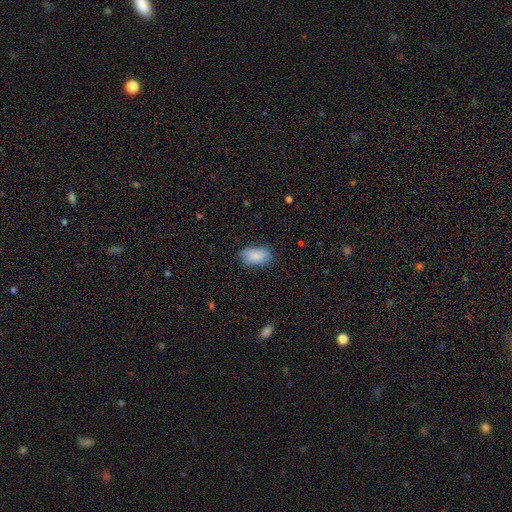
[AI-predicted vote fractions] Smooth or featured?
  - smooth: 81% *
  - featured or disk: 12%
  - star or artifact: 7%
How rounded?
  - in between: 93% *
  - round: 5%
  - cigar-shaped: 2%
Merging?
  - none: 75% *
  - minor disturbance: 19%
  - major disturbance: 4%
  - merger: 1%